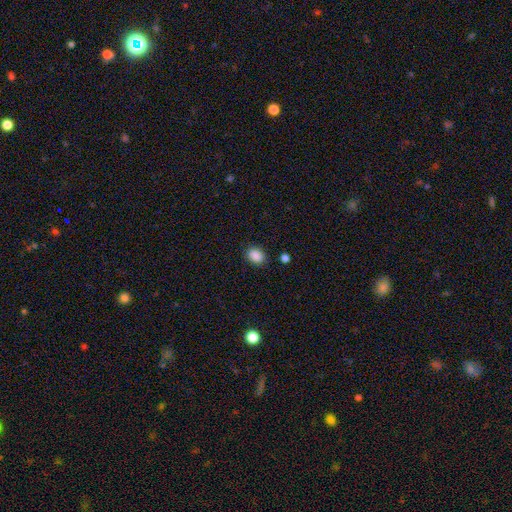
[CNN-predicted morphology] type=smooth (88%); roundness=in between (65%); merging=none (86%).